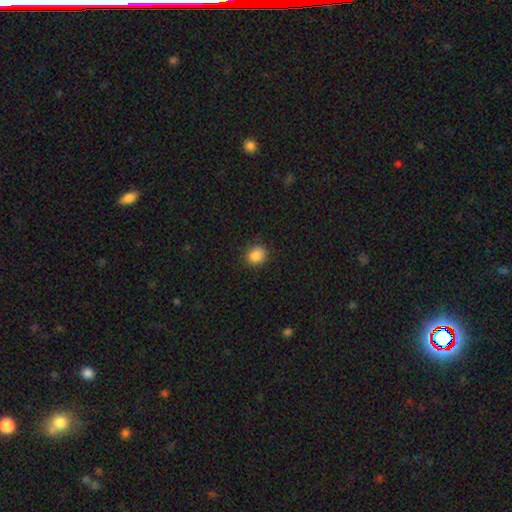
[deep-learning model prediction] This is clearly a smooth galaxy (87%). How rounded: likely round (73%). Merging: clearly none (88%).